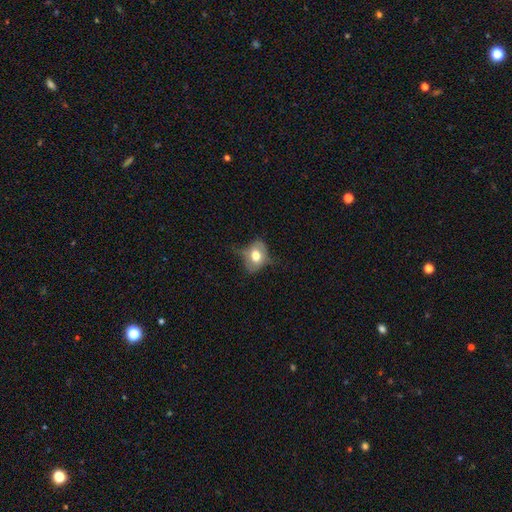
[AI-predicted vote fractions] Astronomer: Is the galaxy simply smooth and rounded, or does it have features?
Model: smooth — 59%.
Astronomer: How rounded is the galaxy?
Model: in between — 69%.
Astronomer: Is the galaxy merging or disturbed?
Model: none — 44% (runner-up: minor disturbance, 32%).